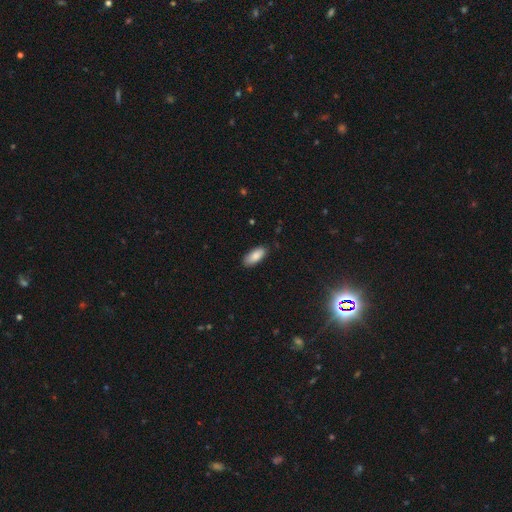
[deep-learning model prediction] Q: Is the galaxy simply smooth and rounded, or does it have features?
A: smooth — 87%.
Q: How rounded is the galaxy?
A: in between — 85%.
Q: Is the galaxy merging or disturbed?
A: none — 84%.